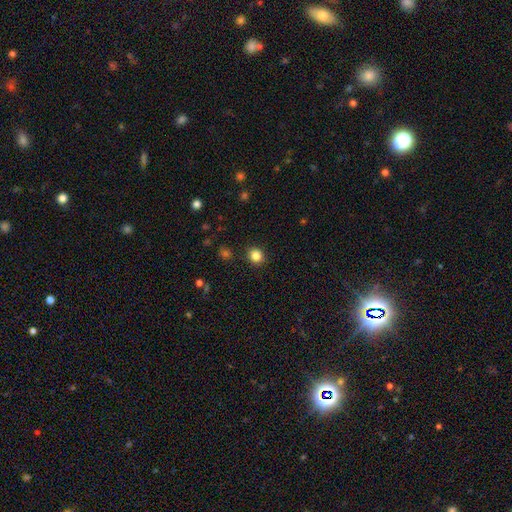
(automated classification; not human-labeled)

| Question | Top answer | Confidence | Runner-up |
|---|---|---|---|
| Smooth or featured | smooth | 84% | star or artifact (12%) |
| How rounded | round | 82% | in between (17%) |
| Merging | none | 90% | minor disturbance (7%) |